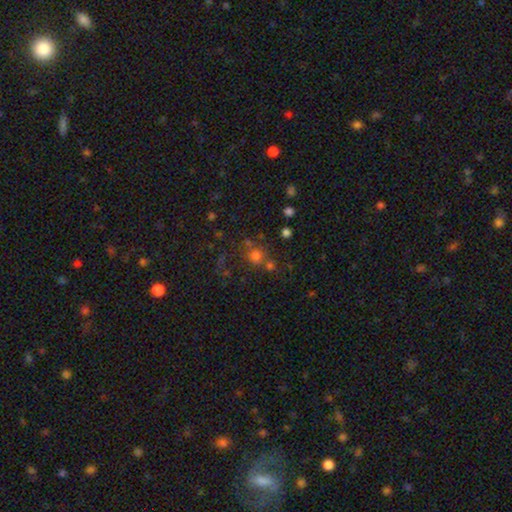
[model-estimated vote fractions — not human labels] Overall: smooth (66%). How rounded: round (84%). Merging: none (60%; merger 22%).